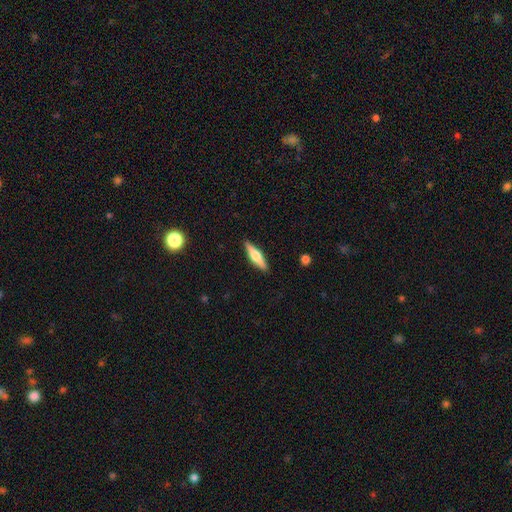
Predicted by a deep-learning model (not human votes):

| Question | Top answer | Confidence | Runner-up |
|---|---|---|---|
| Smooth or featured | featured or disk | 50% | smooth (45%) |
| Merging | none | 90% | minor disturbance (7%) |